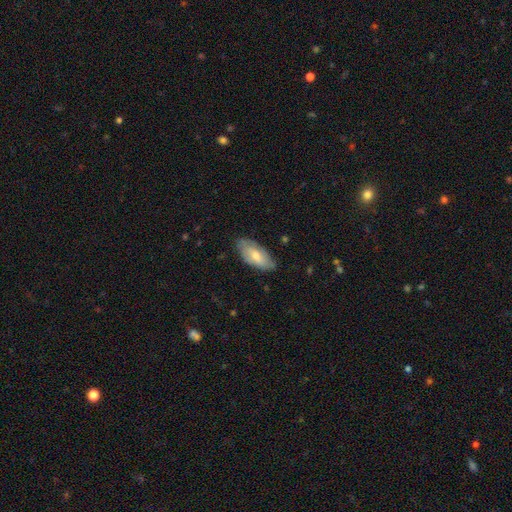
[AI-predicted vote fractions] This is possibly a smooth galaxy (55%). How rounded: clearly in between (86%). Merging: likely none (77%).